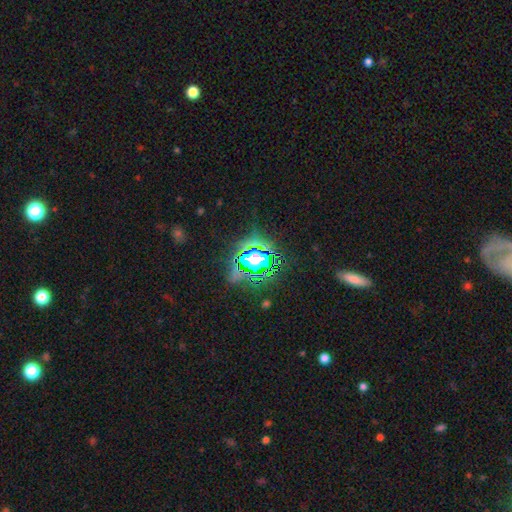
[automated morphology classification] smooth-or-featured: star or artifact: 65% | smooth: 23% | featured or disk: 12%